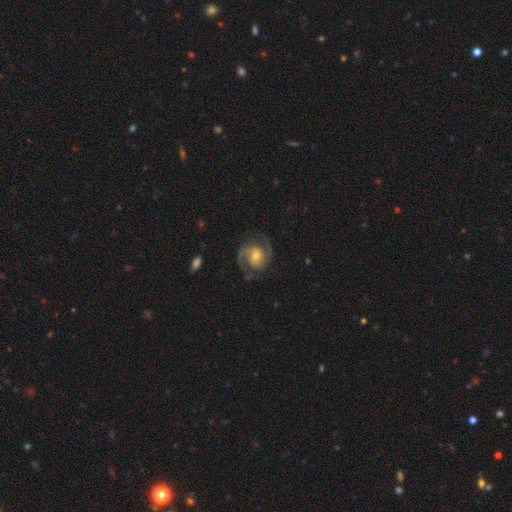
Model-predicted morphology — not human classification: Smooth or featured? Predicted: featured or disk (p=0.88). Edge-on disk? Predicted: no (p=0.98). Bar? Predicted: no (p=0.55). Spiral arms? Predicted: yes (p=0.97). Spiral winding? Predicted: medium (p=0.55). Spiral arm count? Predicted: 2 (p=0.90). Bulge size? Predicted: moderate (p=0.54). Merging? Predicted: none (p=0.76).